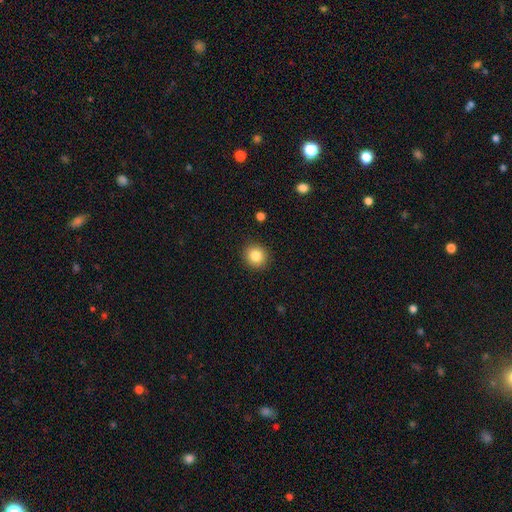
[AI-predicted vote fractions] A smooth galaxy with no disk features (84%) that is round (87%).

Vote fractions:
- Smooth or featured? smooth: 84% / star or artifact: 10% / featured or disk: 6%
- How rounded? round: 87% / in between: 12% / cigar-shaped: 1%
- Merging? none: 90% / minor disturbance: 7% / major disturbance: 2% / merger: 1%